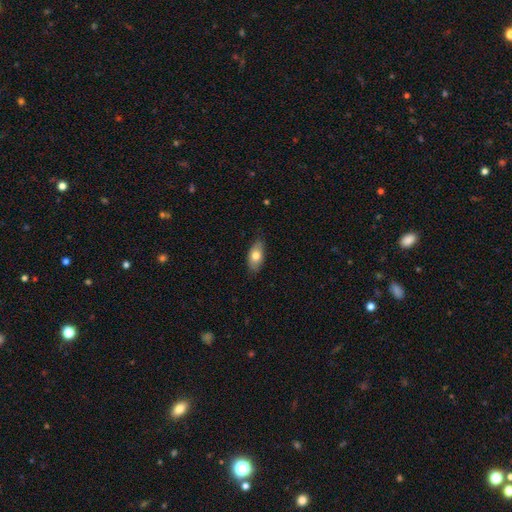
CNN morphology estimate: A smooth galaxy with no disk features (74%) that is in between round and cigar-shaped (89%).

Vote fractions:
- Smooth or featured? smooth: 74% / featured or disk: 19% / star or artifact: 7%
- How rounded? in between: 89% / cigar-shaped: 6% / round: 5%
- Merging? none: 81% / minor disturbance: 16% / major disturbance: 2% / merger: 1%